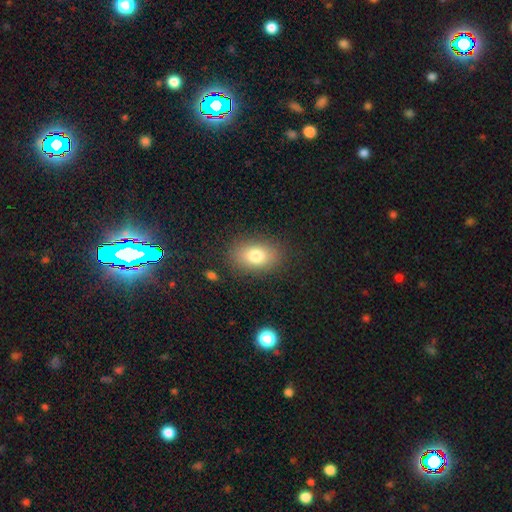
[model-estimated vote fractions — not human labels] smooth 78%, featured or disk 12%, star or artifact 10%. Down the decision tree: how rounded — in between (82%); merging — none (84%).